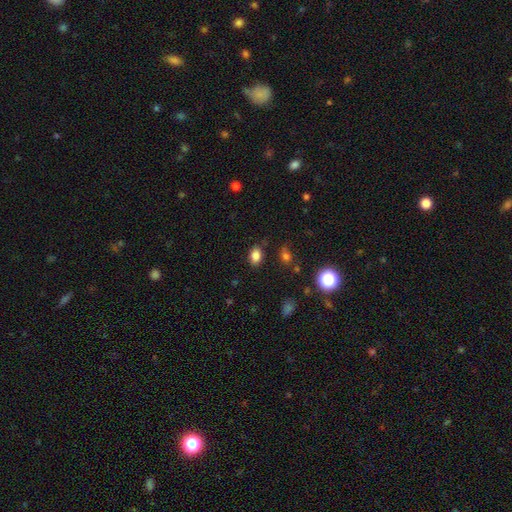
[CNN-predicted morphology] smooth_or_featured: smooth (p=0.83) [alt: star or artifact p=0.12]
how_rounded: in between (p=0.81) [alt: round p=0.17]
merging: none (p=0.83) [alt: minor disturbance p=0.12]